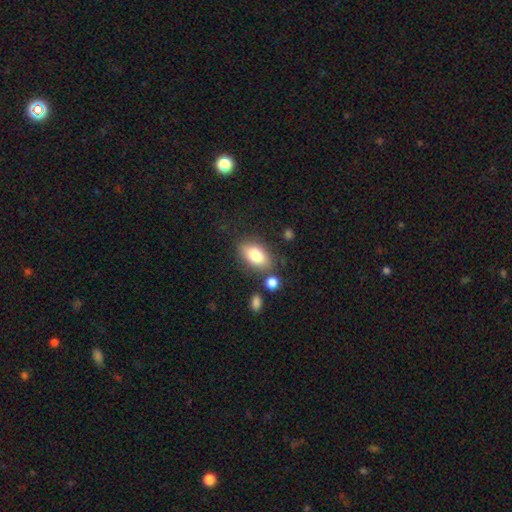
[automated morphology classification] Q: Smooth or featured?
A: smooth (80%); runner-up: featured or disk (13%)
Q: How rounded?
A: in between (89%); runner-up: round (8%)
Q: Merging?
A: none (75%); runner-up: minor disturbance (14%)